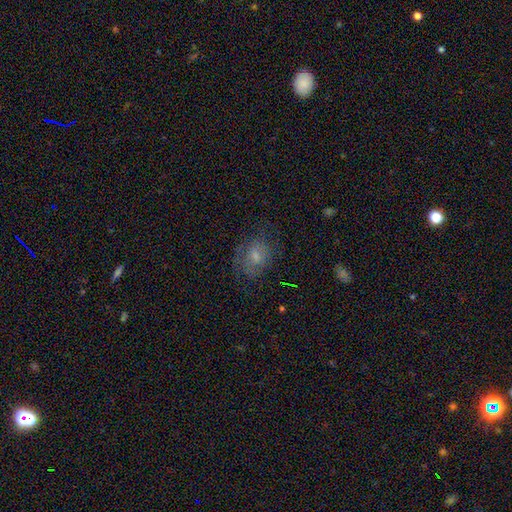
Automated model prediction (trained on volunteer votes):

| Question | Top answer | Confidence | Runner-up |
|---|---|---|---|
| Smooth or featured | smooth | 53% | featured or disk (32%) |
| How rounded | in between | 52% | round (47%) |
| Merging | none | 63% | minor disturbance (21%) |